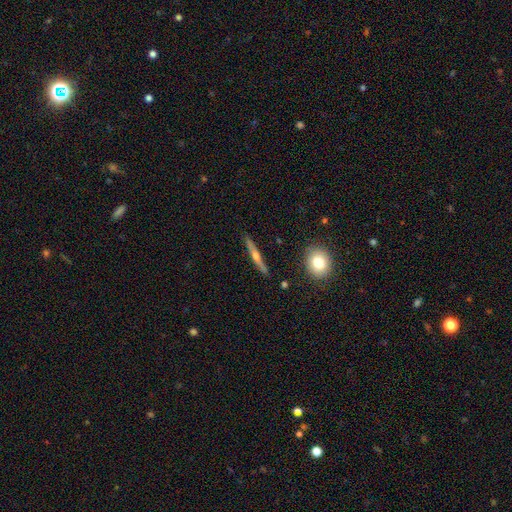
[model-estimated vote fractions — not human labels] Smooth or featured: featured or disk — 68% (smooth — 25%)
Edge-on disk: yes — 97% (no — 3%)
Edge-on bulge: rounded — 90% (none — 6%)
Merging: none — 88% (minor disturbance — 8%)